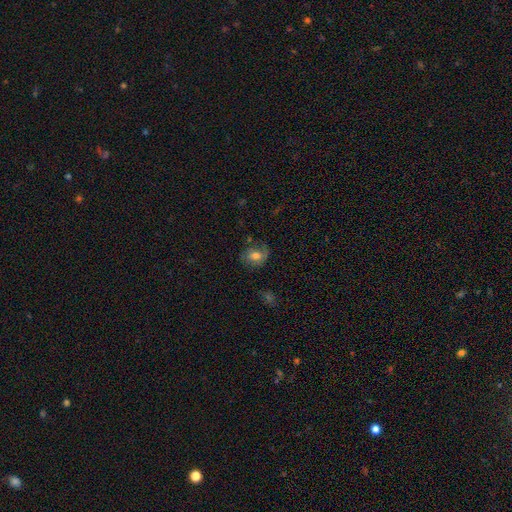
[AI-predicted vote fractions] Overall: smooth (55%; featured or disk 35%). How rounded: round (52%; in between 47%). Merging: none (63%).